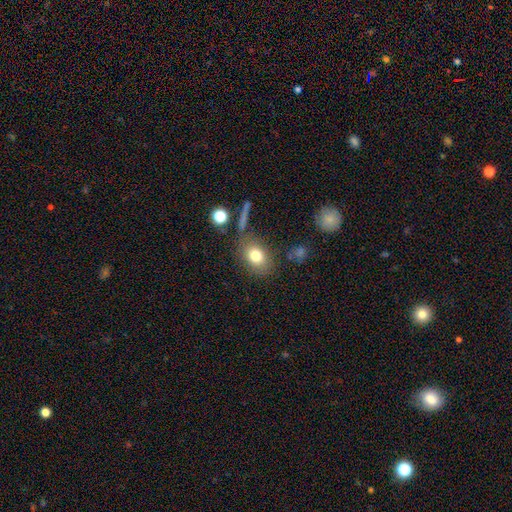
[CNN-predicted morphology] Smooth or featured?
  - smooth: 78% *
  - featured or disk: 12%
  - star or artifact: 10%
How rounded?
  - in between: 67% *
  - round: 32%
  - cigar-shaped: 2%
Merging?
  - none: 73% *
  - minor disturbance: 14%
  - merger: 7%
  - major disturbance: 6%